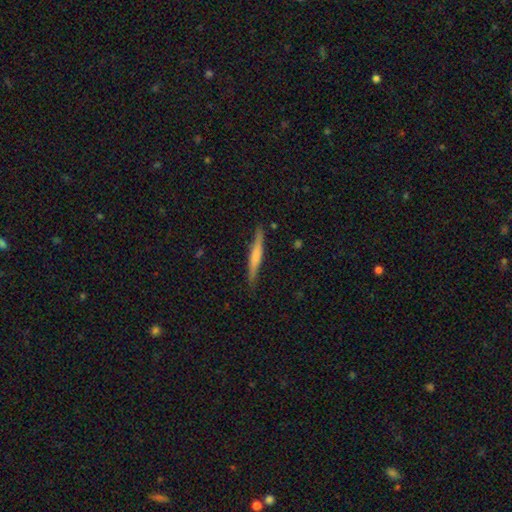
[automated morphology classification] Smooth or featured?
  - smooth: 51% *
  - featured or disk: 43%
  - star or artifact: 6%
How rounded?
  - cigar-shaped: 94% *
  - in between: 4%
  - round: 1%
Merging?
  - none: 86% *
  - minor disturbance: 11%
  - major disturbance: 2%
  - merger: 1%